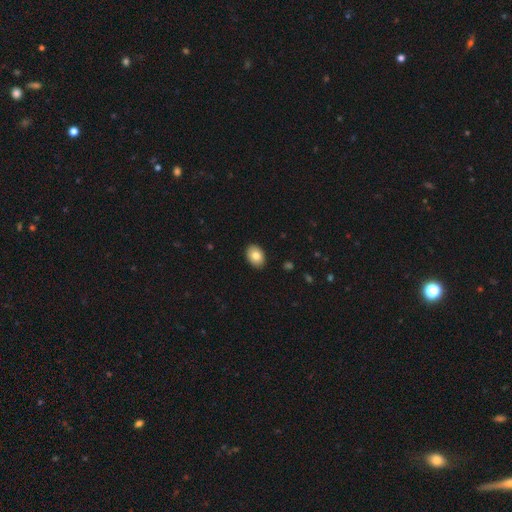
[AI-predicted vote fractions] Overall: smooth (82%). How rounded: in between (80%). Merging: none (90%).